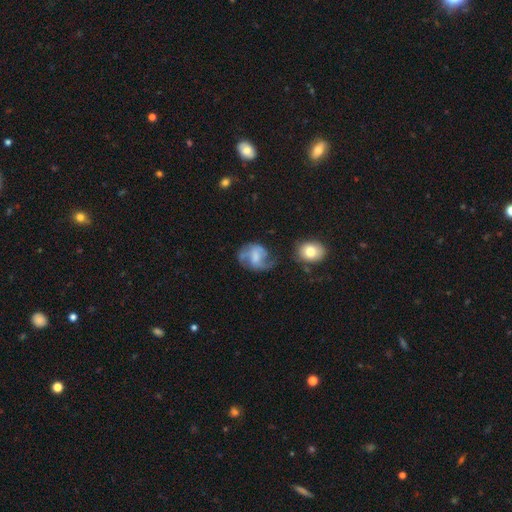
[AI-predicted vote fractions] Q: Smooth or featured?
A: featured or disk (63%); runner-up: smooth (28%)
Q: Edge-on disk?
A: no (97%); runner-up: yes (3%)
Q: Bar?
A: no (43%); tied with: weak (43%)
Q: Spiral arms?
A: yes (79%); runner-up: no (21%)
Q: Bulge size?
A: none (33%); runner-up: moderate (29%)
Q: Merging?
A: none (45%); runner-up: major disturbance (24%)